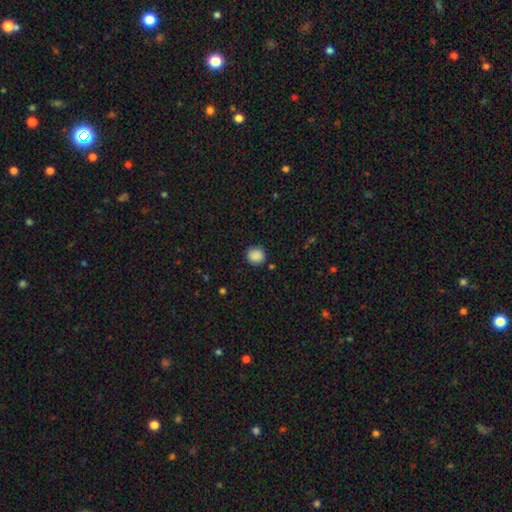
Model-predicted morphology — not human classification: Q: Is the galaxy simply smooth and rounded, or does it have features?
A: smooth — 88%.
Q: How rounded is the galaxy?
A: round — 86%.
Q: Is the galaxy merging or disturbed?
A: none — 87%.